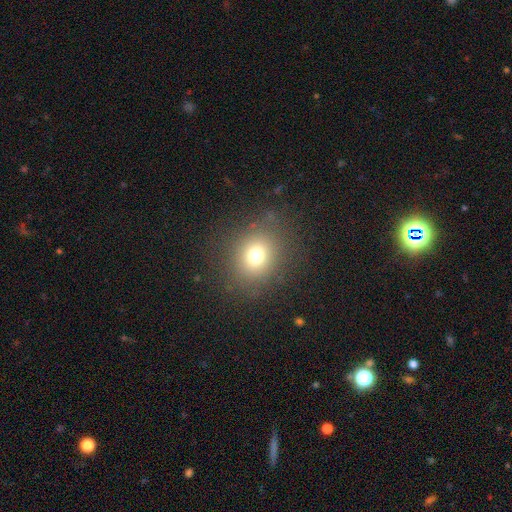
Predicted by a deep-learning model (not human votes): This appears to be a smooth galaxy with no disk features (73%) that is round (72%). Merging: none (82%).